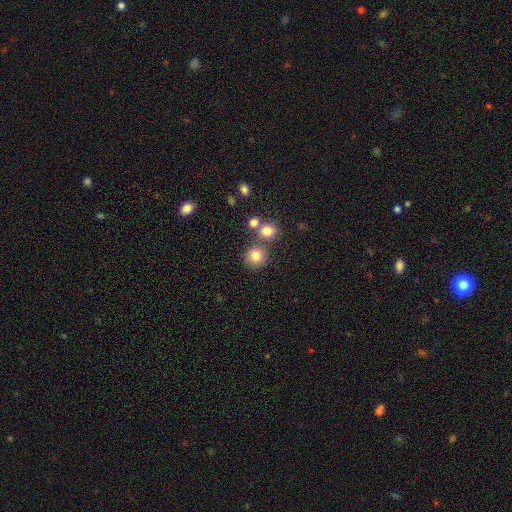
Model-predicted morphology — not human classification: A smooth galaxy with no disk features (79%) that is round (91%). Merging: none (72%).